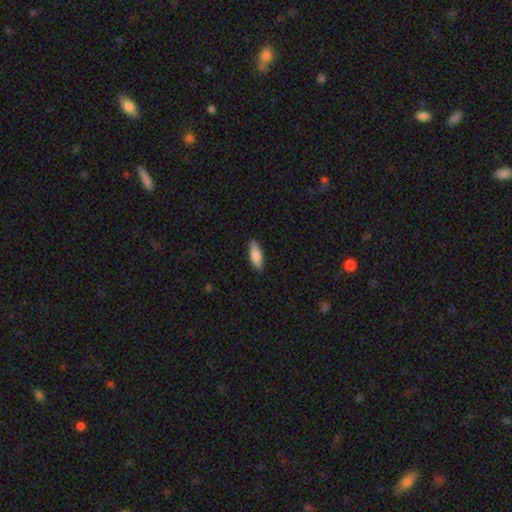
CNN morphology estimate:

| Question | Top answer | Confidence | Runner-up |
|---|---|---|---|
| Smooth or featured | smooth | 84% | featured or disk (10%) |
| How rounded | in between | 65% | cigar-shaped (33%) |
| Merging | none | 88% | minor disturbance (9%) |